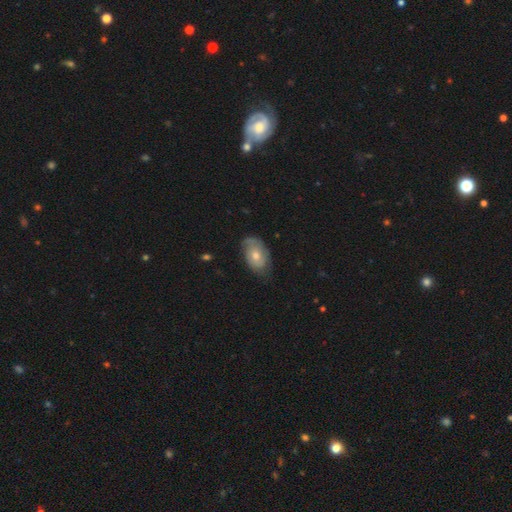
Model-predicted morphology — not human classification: A featured or disk galaxy (50%).

Vote fractions:
- Smooth or featured? featured or disk: 50% / smooth: 42% / star or artifact: 8%
- Merging? none: 65% / minor disturbance: 27% / major disturbance: 7% / merger: 1%